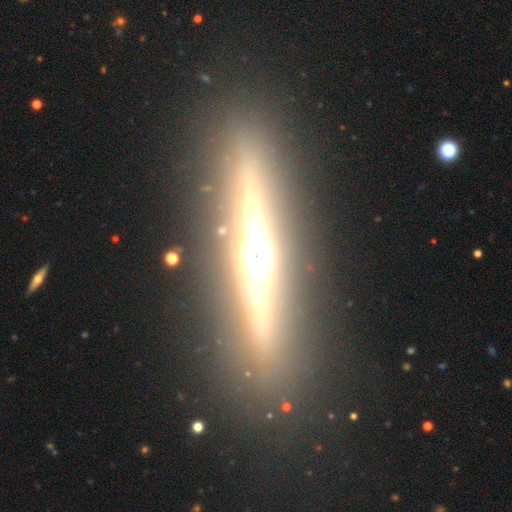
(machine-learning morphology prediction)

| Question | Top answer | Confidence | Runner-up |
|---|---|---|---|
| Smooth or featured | featured or disk | 76% | smooth (13%) |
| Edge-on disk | yes | 94% | no (6%) |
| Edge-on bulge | rounded | 89% | boxy (8%) |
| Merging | none | 86% | minor disturbance (8%) |